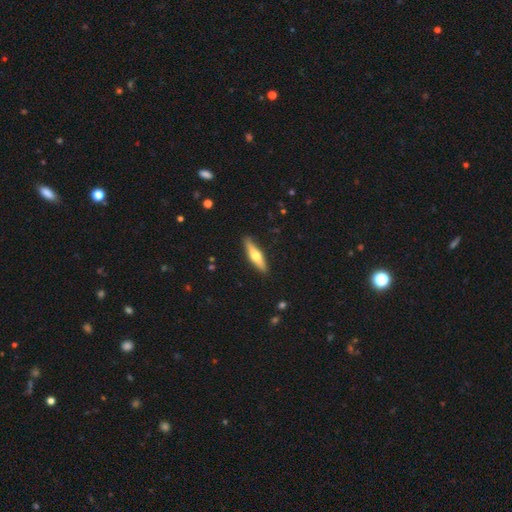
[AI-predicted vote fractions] This is possibly a smooth galaxy (48%). Merging: clearly none (90%).